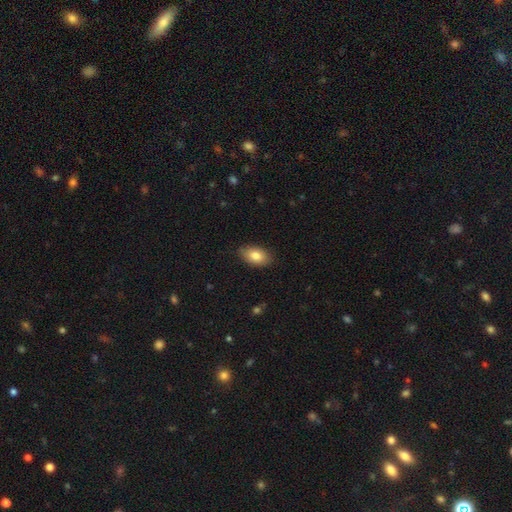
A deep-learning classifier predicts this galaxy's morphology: This appears to be a smooth galaxy with no disk features (83%) that is in between round and cigar-shaped (91%). Merging: none (84%).